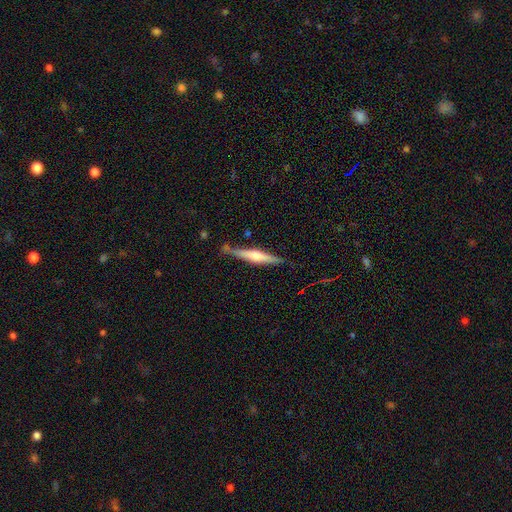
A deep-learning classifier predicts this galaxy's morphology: This is possibly a featured or disk galaxy (59%). It is clearly viewed edge-on (97%). Edge-on bulge: likely rounded (68%). Merging: likely none (78%).